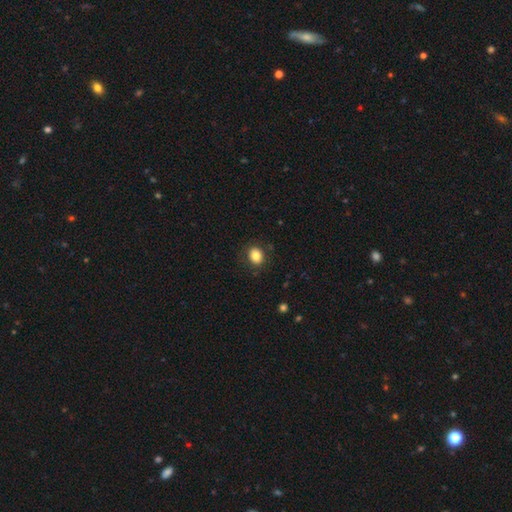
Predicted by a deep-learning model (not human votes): Smooth or featured? smooth (82%)
How rounded? round (60%)
Merging? none (86%)